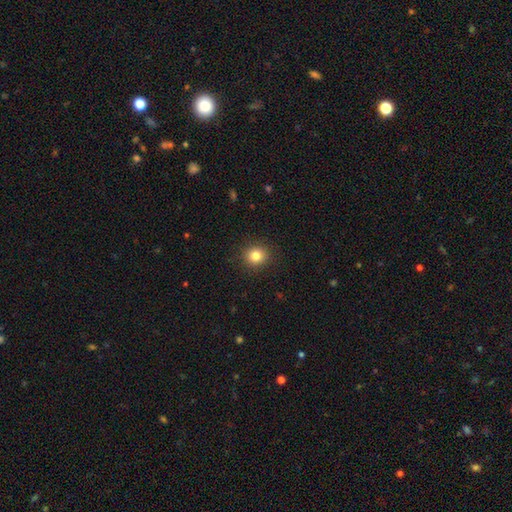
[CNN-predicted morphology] smooth 82%, star or artifact 11%, featured or disk 6%. Down the decision tree: how rounded — round (87%); merging — none (91%).